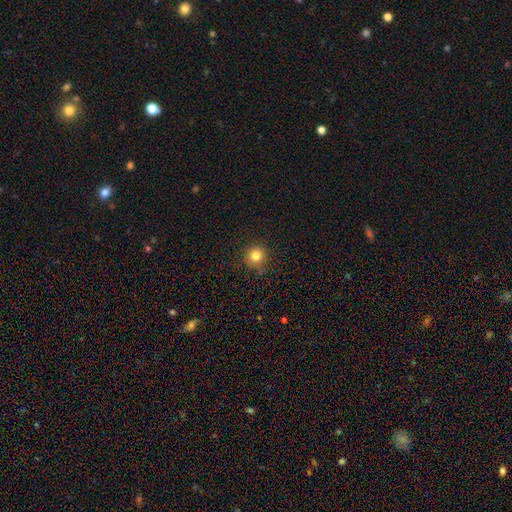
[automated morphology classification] Smooth or featured: smooth — 82% (star or artifact — 12%)
How rounded: round — 94% (in between — 5%)
Merging: none — 88% (minor disturbance — 8%)